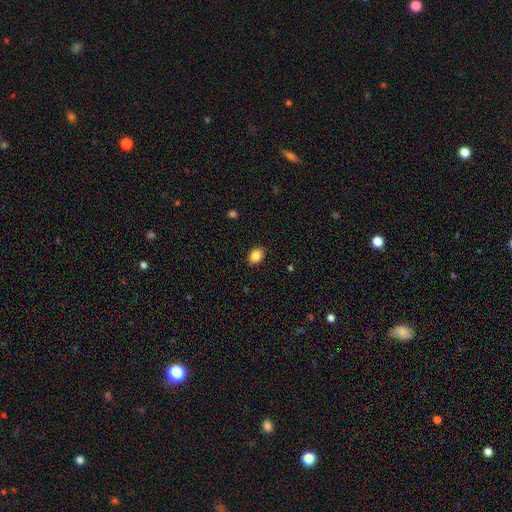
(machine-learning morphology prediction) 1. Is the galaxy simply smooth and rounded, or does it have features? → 87% smooth, 8% star or artifact, 4% featured or disk.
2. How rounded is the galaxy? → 71% in between, 28% round, 1% cigar-shaped.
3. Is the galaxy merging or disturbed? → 89% none, 8% minor disturbance, 2% major disturbance, 1% merger.